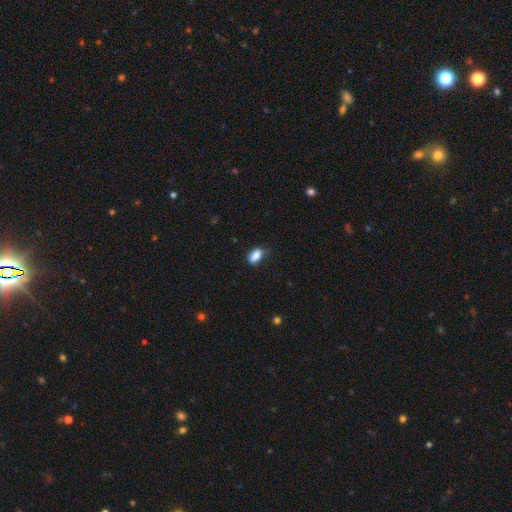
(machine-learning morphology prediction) This is clearly a smooth galaxy (85%). How rounded: clearly in between (88%). Merging: likely none (62%).